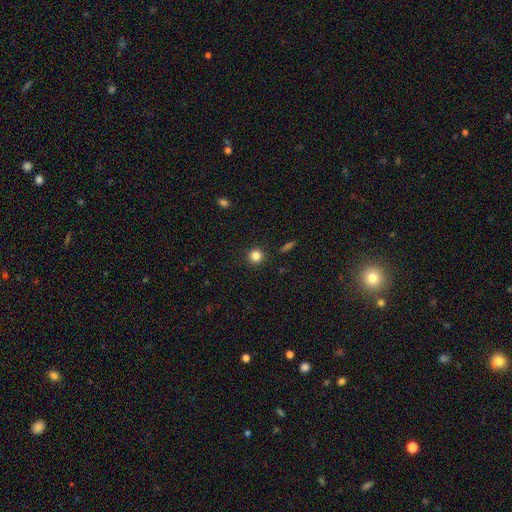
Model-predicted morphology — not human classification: Overall: smooth (83%). How rounded: round (93%). Merging: none (91%).